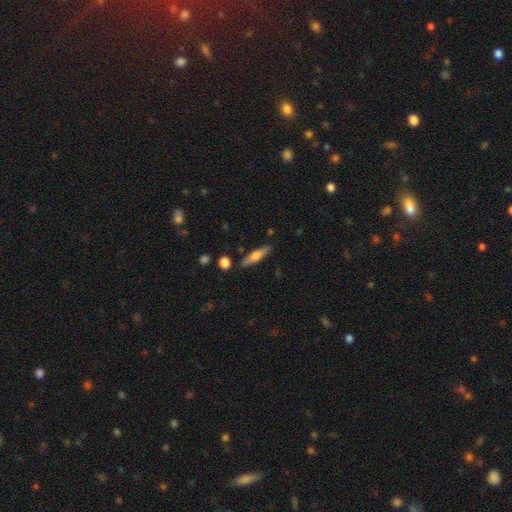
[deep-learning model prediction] Smooth or featured? Predicted: smooth (p=0.49). Merging? Predicted: none (p=0.85).